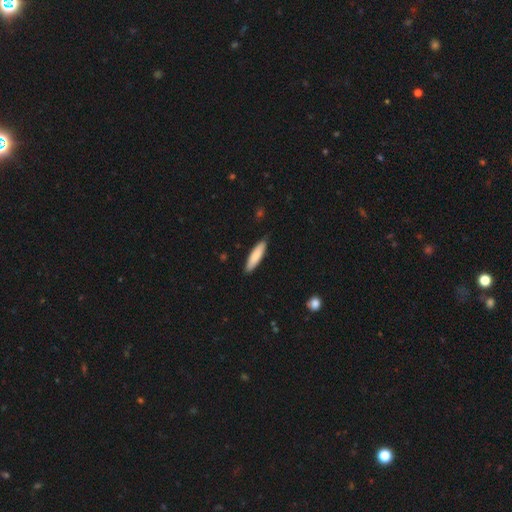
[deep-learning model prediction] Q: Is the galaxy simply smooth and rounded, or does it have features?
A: smooth — 83%.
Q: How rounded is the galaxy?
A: cigar-shaped — 70%.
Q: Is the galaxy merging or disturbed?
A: none — 86%.